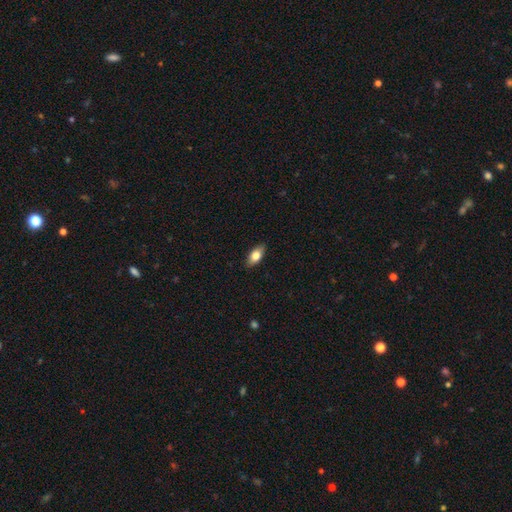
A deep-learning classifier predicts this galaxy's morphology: A smooth galaxy with no disk features (76%) that is in between round and cigar-shaped (87%). Merging: none (88%).